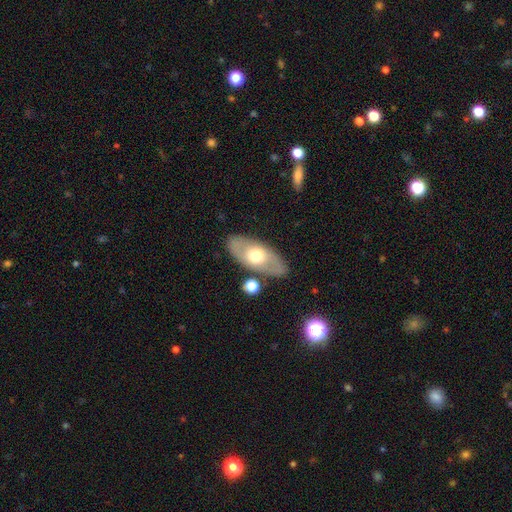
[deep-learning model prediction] smooth_or_featured: smooth (p=0.47) [tied with: featured or disk p=0.47]
merging: none (p=0.81) [alt: minor disturbance p=0.11]